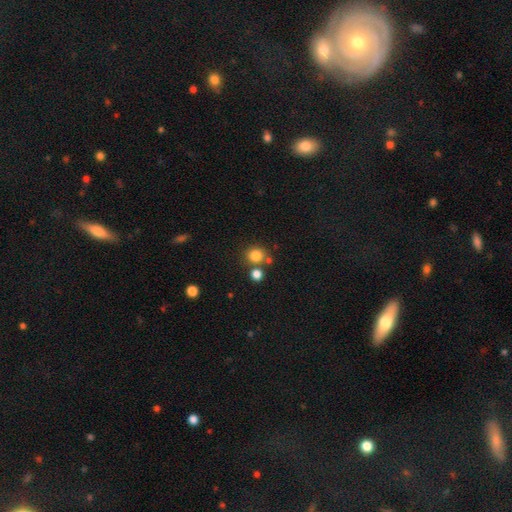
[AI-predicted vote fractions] Q: Smooth or featured?
A: smooth (82%); runner-up: star or artifact (13%)
Q: How rounded?
A: round (88%); runner-up: in between (11%)
Q: Merging?
A: none (71%); runner-up: merger (17%)